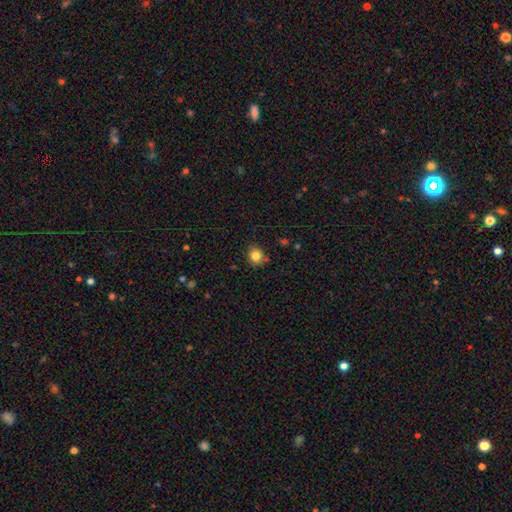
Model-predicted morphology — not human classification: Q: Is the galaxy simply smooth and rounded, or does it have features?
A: smooth — 82%.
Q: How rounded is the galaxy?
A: round — 72%.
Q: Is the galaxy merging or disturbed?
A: none — 82%.